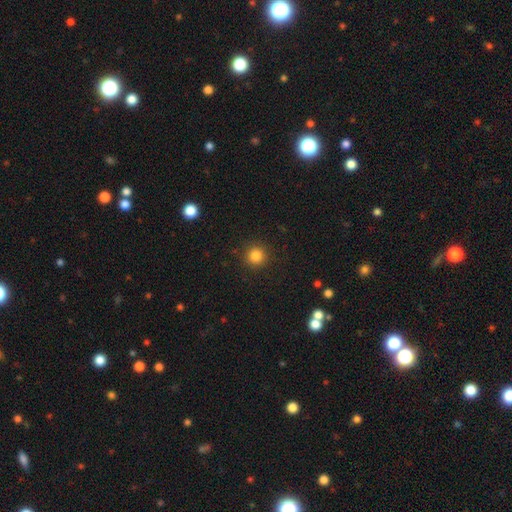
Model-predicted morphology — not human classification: This is clearly a smooth galaxy (84%). How rounded: clearly round (94%). Merging: clearly none (91%).